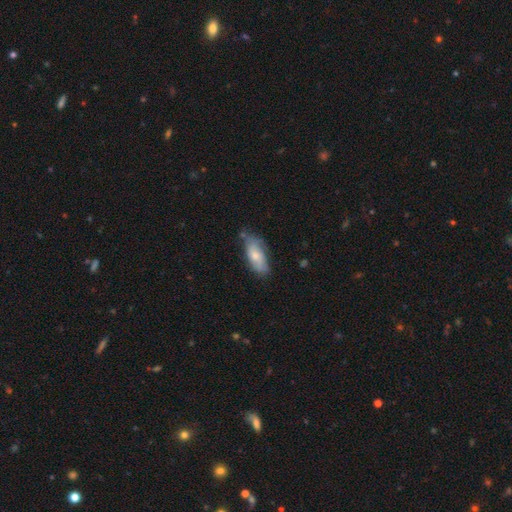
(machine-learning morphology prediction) A smooth galaxy with no disk features (62%) that is in between round and cigar-shaped (82%).

Vote fractions:
- Smooth or featured? smooth: 62% / featured or disk: 32% / star or artifact: 7%
- How rounded? in between: 82% / cigar-shaped: 16% / round: 2%
- Merging? none: 55% / minor disturbance: 32% / major disturbance: 8% / merger: 4%